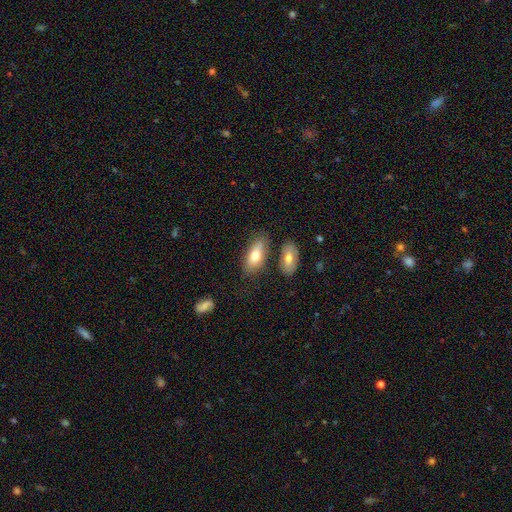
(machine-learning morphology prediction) A smooth galaxy with no disk features (72%) that is in between round and cigar-shaped (87%). Merging: none (67%).